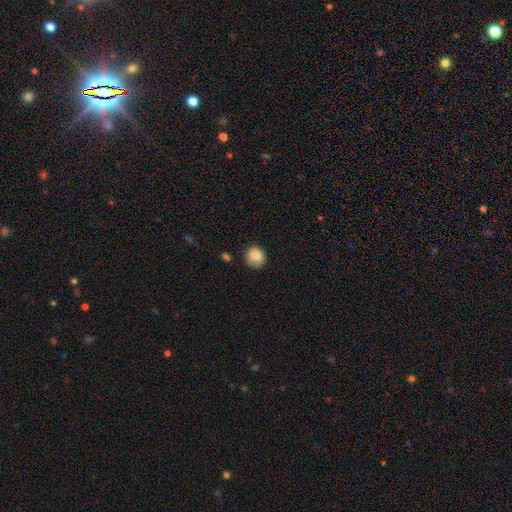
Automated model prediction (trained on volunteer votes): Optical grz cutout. It shows a smooth galaxy with no disk features (82%) that is round (89%). Merging: none (79%).